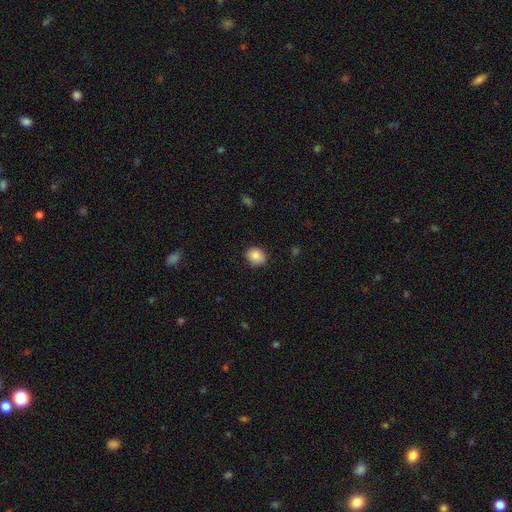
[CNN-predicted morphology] Smooth or featured? smooth (87%)
How rounded? round (66%)
Merging? none (84%)